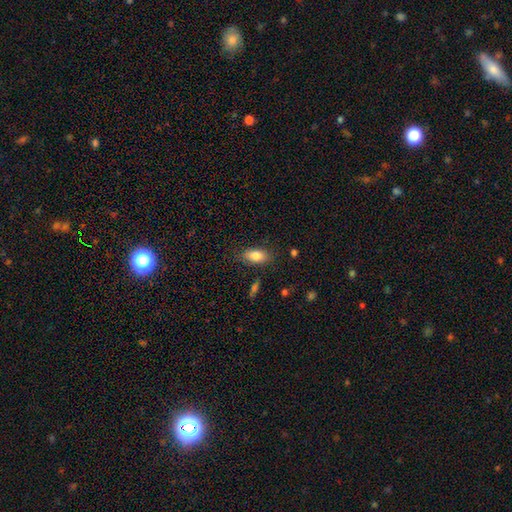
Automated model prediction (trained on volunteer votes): Q: Smooth or featured?
A: smooth (83%); runner-up: featured or disk (9%)
Q: How rounded?
A: in between (89%); runner-up: cigar-shaped (5%)
Q: Merging?
A: none (79%); runner-up: minor disturbance (14%)